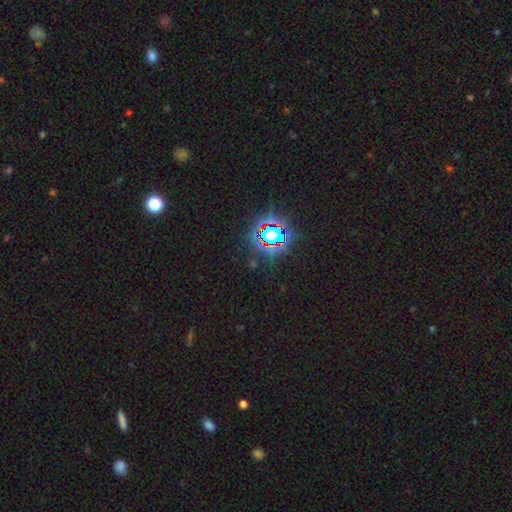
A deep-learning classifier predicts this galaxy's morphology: A star or artifact, not a galaxy (82%).